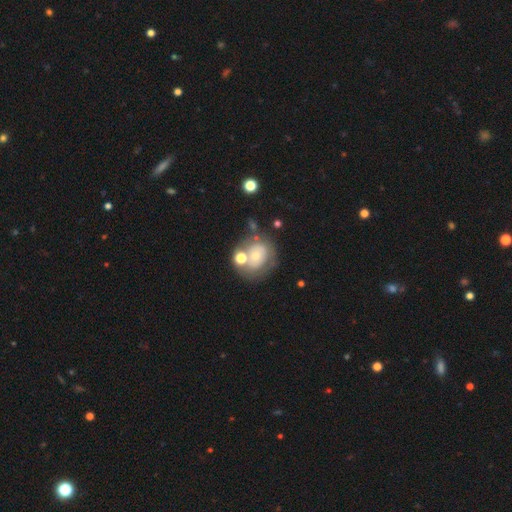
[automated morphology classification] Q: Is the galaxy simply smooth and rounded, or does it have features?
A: smooth — 53%.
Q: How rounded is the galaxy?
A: round — 70%.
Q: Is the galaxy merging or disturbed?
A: none — 48%.